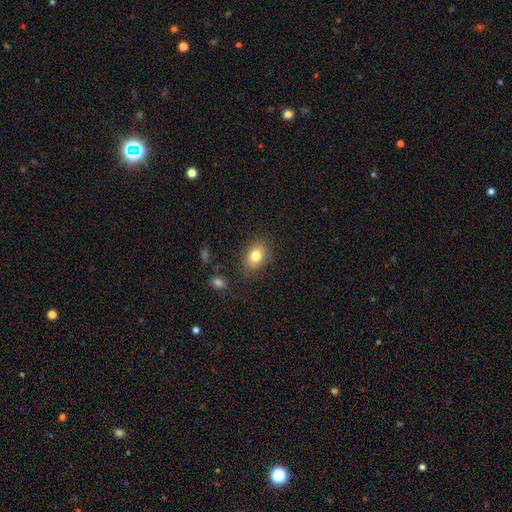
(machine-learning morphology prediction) smooth_or_featured: smooth (p=0.80) [alt: featured or disk p=0.10]
how_rounded: in between (p=0.69) [alt: round p=0.30]
merging: none (p=0.82) [alt: minor disturbance p=0.13]